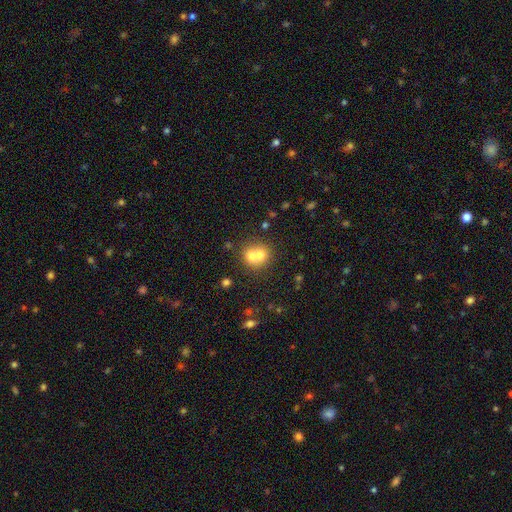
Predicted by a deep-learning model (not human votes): A smooth galaxy with no disk features (66%) that is round (76%). Merging: merger (64%).